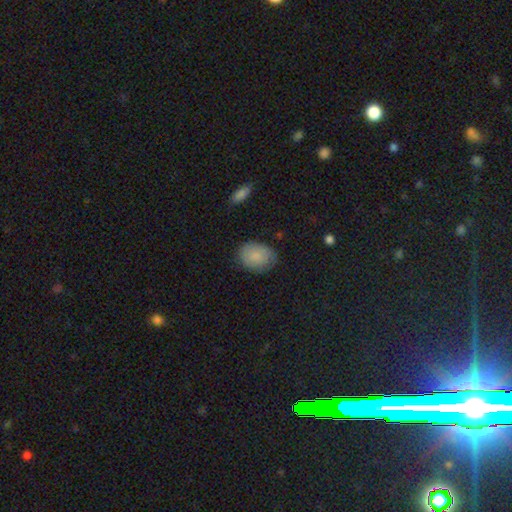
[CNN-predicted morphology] smooth_or_featured: smooth (p=0.85) [alt: featured or disk p=0.08]
how_rounded: in between (p=0.70) [alt: round p=0.29]
merging: none (p=0.77) [alt: minor disturbance p=0.18]